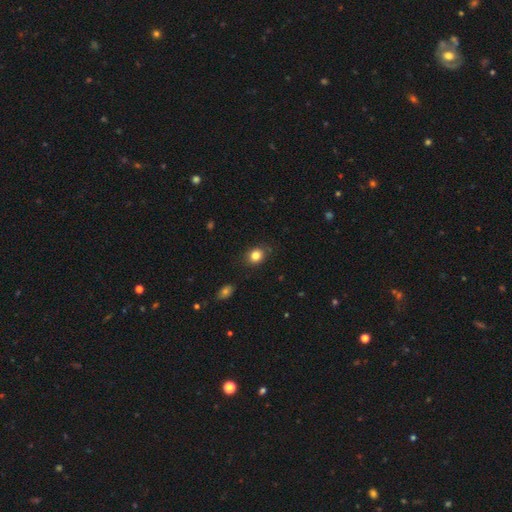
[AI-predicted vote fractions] A smooth galaxy with no disk features (83%) that is round (64%). Merging: none (82%).